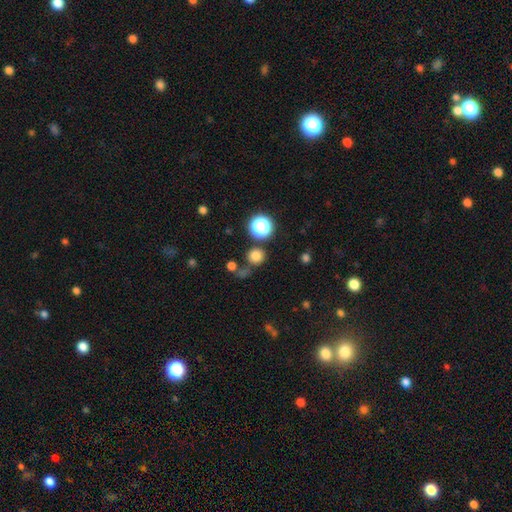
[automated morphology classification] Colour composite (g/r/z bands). It shows a smooth galaxy with no disk features (75%) that is round (90%). Merging: none (73%).